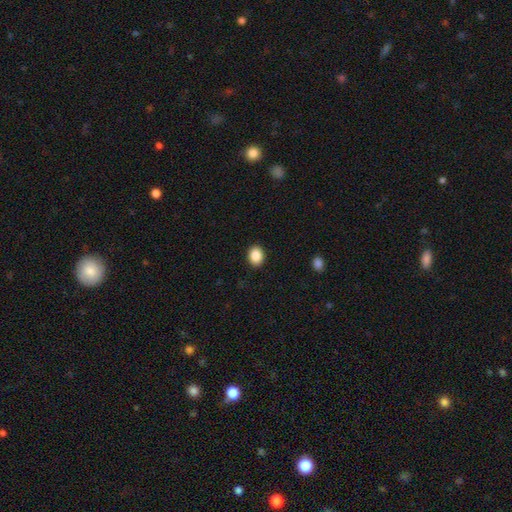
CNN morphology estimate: This is clearly a smooth galaxy (88%). How rounded: possibly in between (58%). Merging: clearly none (91%).